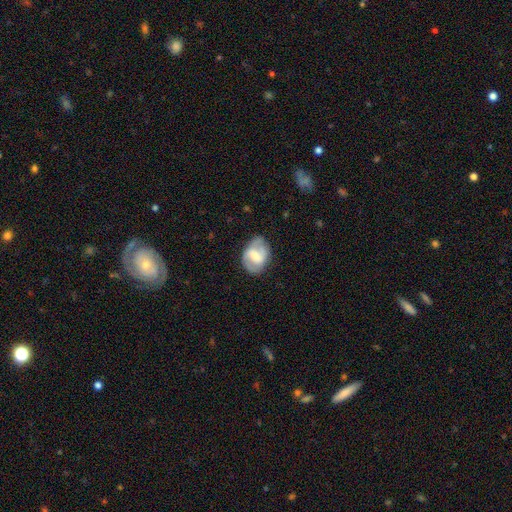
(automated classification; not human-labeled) smooth-or-featured: featured or disk: 65% | smooth: 30% | star or artifact: 6%
  disk-edge-on: no: 97% | yes: 3%
    bar: weak: 48% | strong: 34% | no: 18%
    has-spiral-arms: yes: 80% | no: 20%
    bulge-size: moderate: 47% | small: 38% | large: 7% | none: 6% | dominant: 1%
  merging: none: 71% | minor disturbance: 21% | major disturbance: 6% | merger: 1%